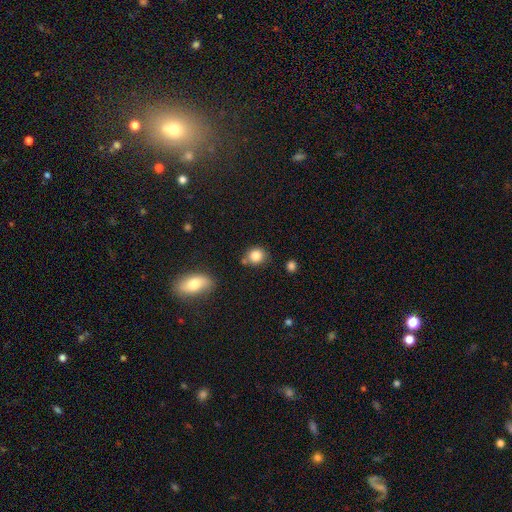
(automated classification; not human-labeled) smooth 84%, star or artifact 10%, featured or disk 6%. Down the decision tree: how rounded — round (77%); merging — none (70%).